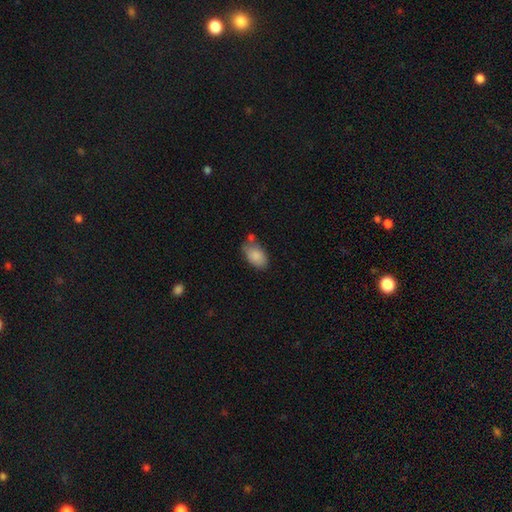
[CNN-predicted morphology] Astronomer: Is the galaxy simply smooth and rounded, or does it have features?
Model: smooth — 86%.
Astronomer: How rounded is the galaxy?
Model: in between — 92%.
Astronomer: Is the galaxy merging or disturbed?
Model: none — 59%.